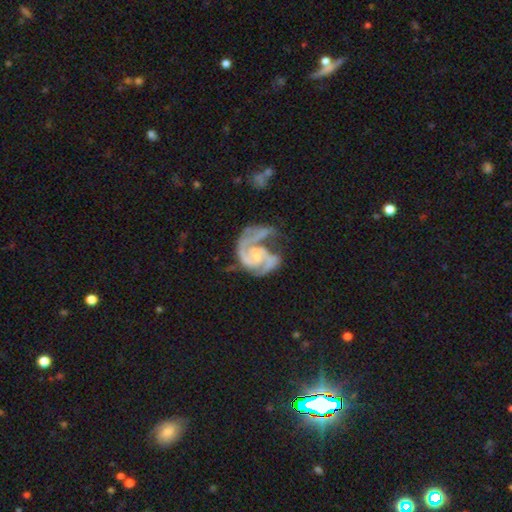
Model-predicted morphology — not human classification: This appears to be a featured or disk galaxy (91%) with no bar (56%), 2 (75%) medium (50%) spiral arms (98%) and a small central bulge (63%). Merging: major disturbance (33%, tied with none).